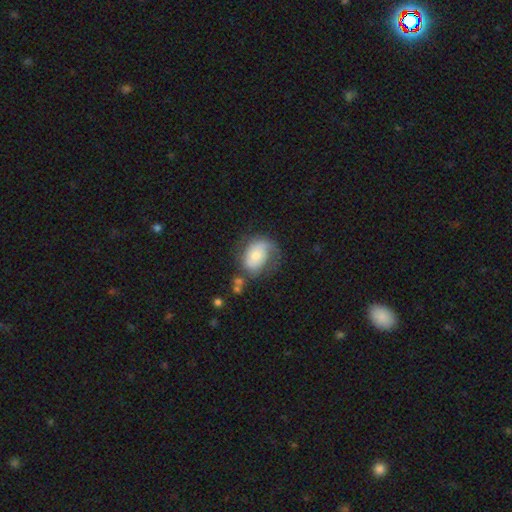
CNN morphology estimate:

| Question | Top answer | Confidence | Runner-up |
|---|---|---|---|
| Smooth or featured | featured or disk | 48% | smooth (45%) |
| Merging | none | 42% | minor disturbance (28%) |